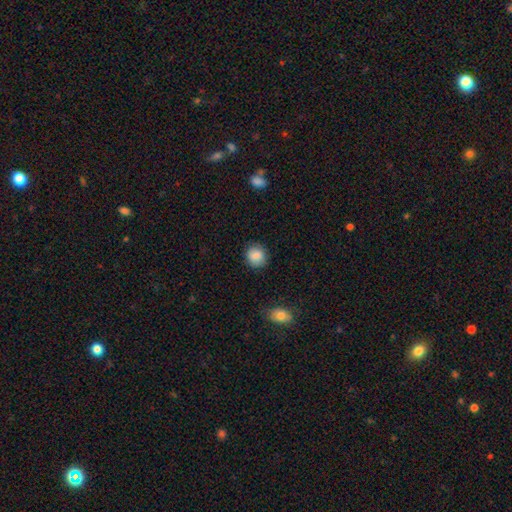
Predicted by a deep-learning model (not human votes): smooth-or-featured: smooth: 87% | star or artifact: 8% | featured or disk: 5%
  how-rounded: round: 84% | in between: 15% | cigar-shaped: 1%
  merging: none: 88% | minor disturbance: 9% | major disturbance: 2% | merger: 1%